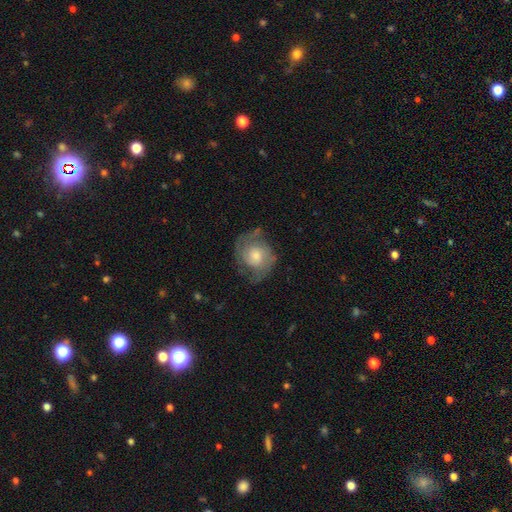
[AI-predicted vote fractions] smooth-or-featured: featured or disk: 68% | smooth: 24% | star or artifact: 7%
  disk-edge-on: no: 97% | yes: 3%
    bar: no: 74% | weak: 22% | strong: 4%
    has-spiral-arms: yes: 88% | no: 12%
      spiral-winding: medium: 43% | tight: 40% | loose: 17%
      spiral-arm-count: 2: 76% | can't tell: 13% | 3: 4% | 1: 3% | 4: 2% | more than 4: 2%
    bulge-size: moderate: 53% | small: 27% | large: 15% | none: 3% | dominant: 2%
  merging: none: 66% | minor disturbance: 20% | major disturbance: 12% | merger: 2%